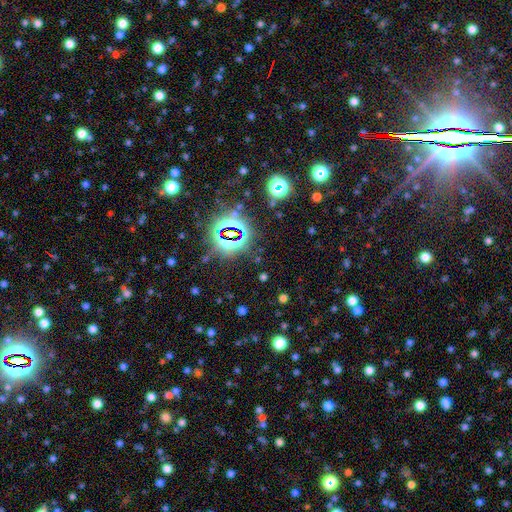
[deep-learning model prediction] smooth_or_featured: star or artifact (p=0.77) [alt: smooth p=0.14]